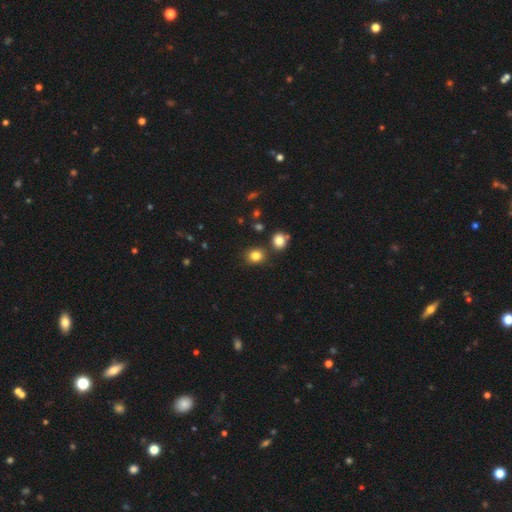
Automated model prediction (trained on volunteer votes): smooth 83%, star or artifact 12%, featured or disk 5%. Down the decision tree: how rounded — round (69%); merging — none (79%).